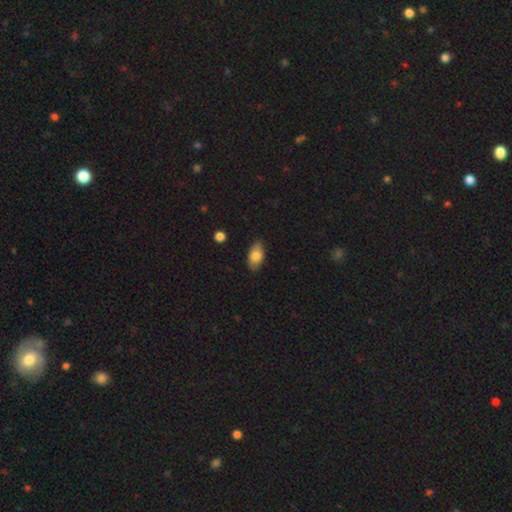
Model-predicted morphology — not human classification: Q: Smooth or featured?
A: smooth (78%); runner-up: featured or disk (15%)
Q: How rounded?
A: in between (91%); runner-up: round (5%)
Q: Merging?
A: none (82%); runner-up: minor disturbance (15%)